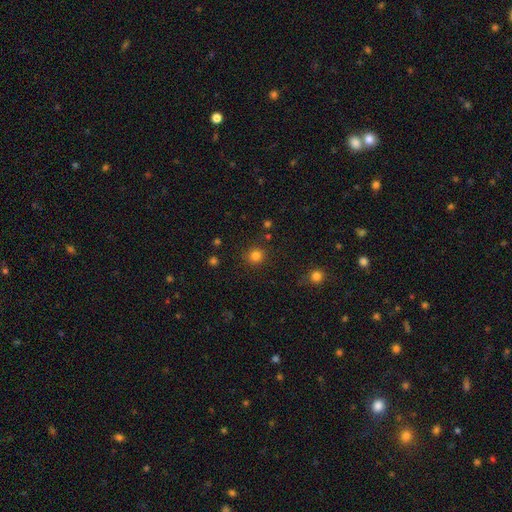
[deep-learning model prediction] A smooth galaxy with no disk features (82%) that is round (91%).

Vote fractions:
- Smooth or featured? smooth: 82% / star or artifact: 14% / featured or disk: 4%
- How rounded? round: 91% / in between: 8% / cigar-shaped: 1%
- Merging? none: 88% / minor disturbance: 7% / major disturbance: 3% / merger: 2%